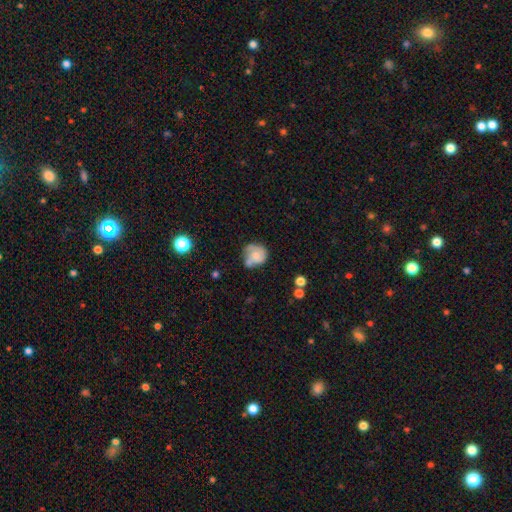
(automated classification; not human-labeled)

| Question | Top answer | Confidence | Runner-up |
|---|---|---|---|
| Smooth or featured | smooth | 51% | featured or disk (41%) |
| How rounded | round | 76% | in between (23%) |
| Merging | none | 40% | minor disturbance (27%) |